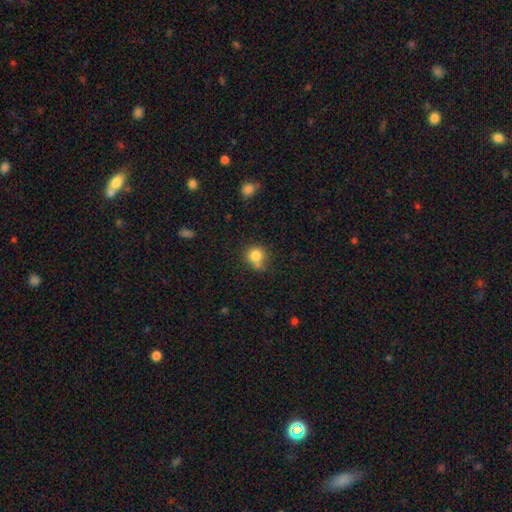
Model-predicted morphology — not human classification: smooth_or_featured: smooth (p=0.81) [alt: star or artifact p=0.11]
how_rounded: round (p=0.88) [alt: in between p=0.12]
merging: none (p=0.62) [alt: merger p=0.17]